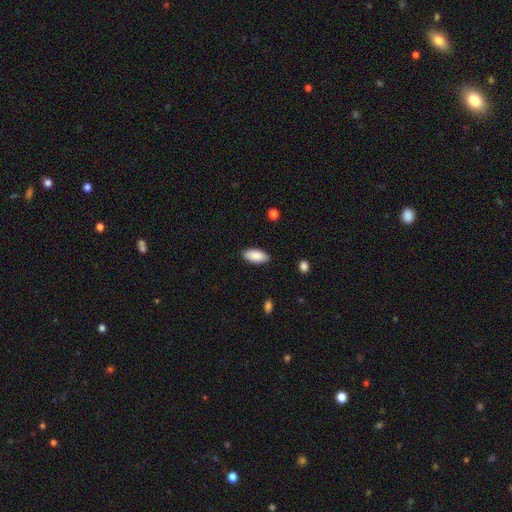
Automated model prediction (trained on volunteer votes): A smooth galaxy with no disk features (89%) that is in between round and cigar-shaped (91%). Merging: none (87%).